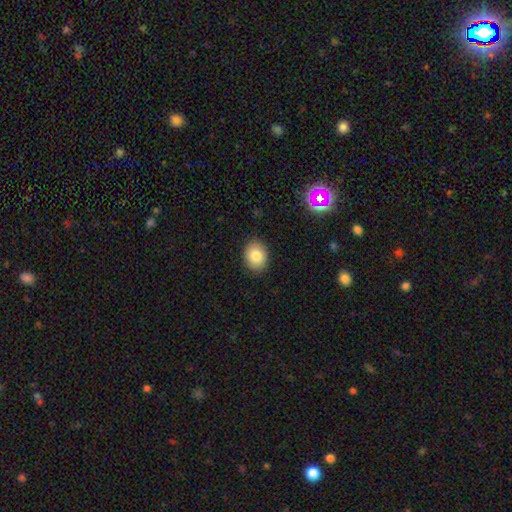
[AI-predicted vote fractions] Smooth or featured? Predicted: smooth (p=0.82). How rounded? Predicted: in between (p=0.53). Merging? Predicted: none (p=0.89).